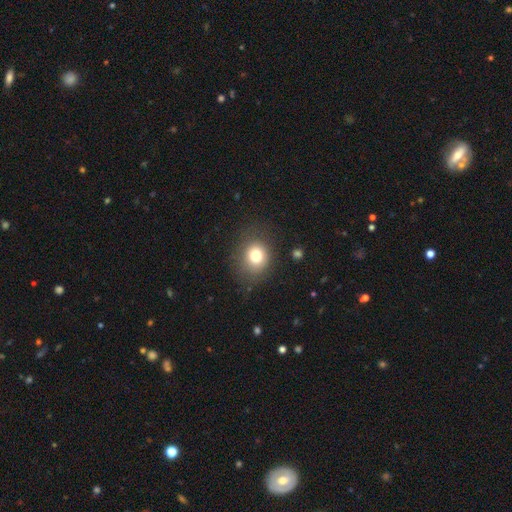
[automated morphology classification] Smooth or featured?
  - smooth: 78% *
  - star or artifact: 12%
  - featured or disk: 10%
How rounded?
  - round: 71% *
  - in between: 28%
  - cigar-shaped: 1%
Merging?
  - none: 79% *
  - minor disturbance: 14%
  - major disturbance: 6%
  - merger: 2%